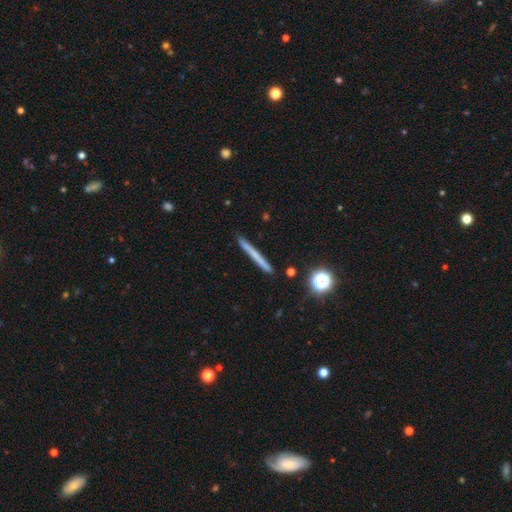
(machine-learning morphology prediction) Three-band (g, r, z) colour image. It shows a smooth galaxy with no disk features (55%) that is cigar-shaped (96%). Merging: none (90%).